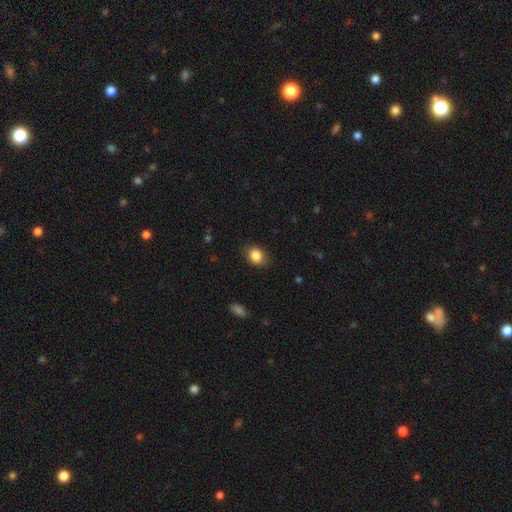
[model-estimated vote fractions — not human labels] Smooth or featured? Predicted: smooth (p=0.85). How rounded? Predicted: in between (p=0.55). Merging? Predicted: none (p=0.80).